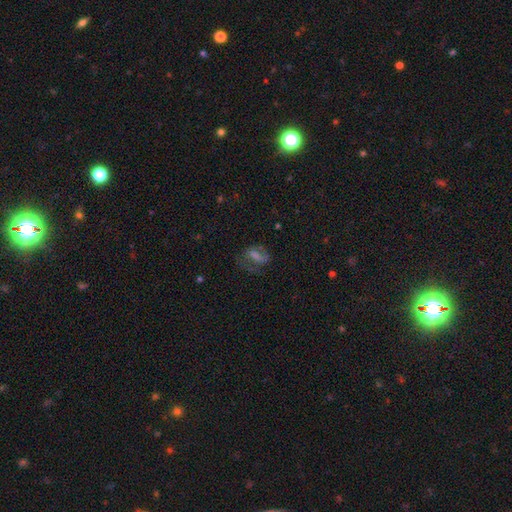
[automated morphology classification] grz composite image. It shows a featured or disk galaxy (42%). Merging: none (53%).